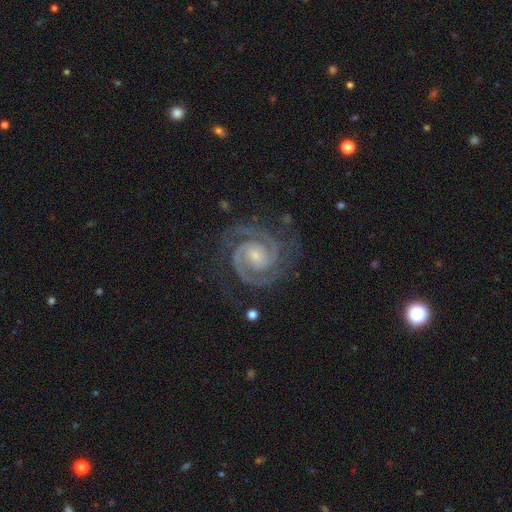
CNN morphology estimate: This appears to be a featured or disk galaxy (93%) with no bar (52%), 2 (87%) tight (70%) spiral arms (99%) and a small central bulge (71%). Merging: none (78%).